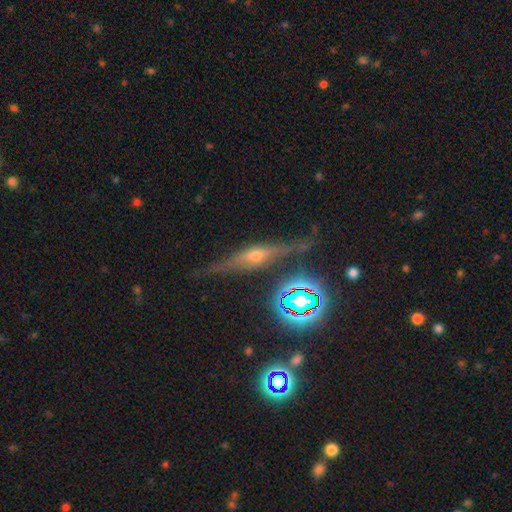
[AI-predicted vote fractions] Morphology: type=featured or disk (73%); edge-on=yes (91%); edge-on bulge=rounded (81%); merging=none (76%).